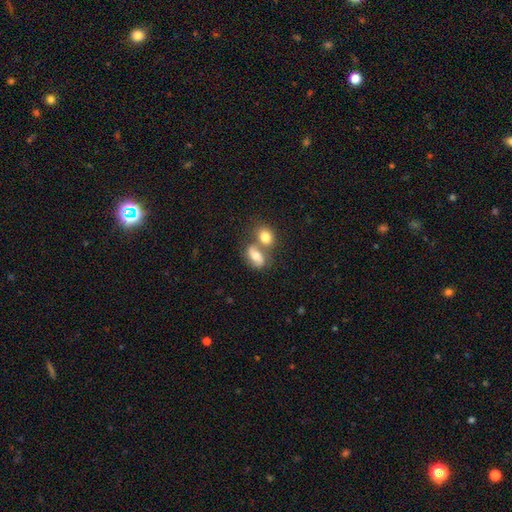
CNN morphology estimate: This is possibly a smooth galaxy (56%). How rounded: likely in between (76%). Merging: possibly merger (46%).